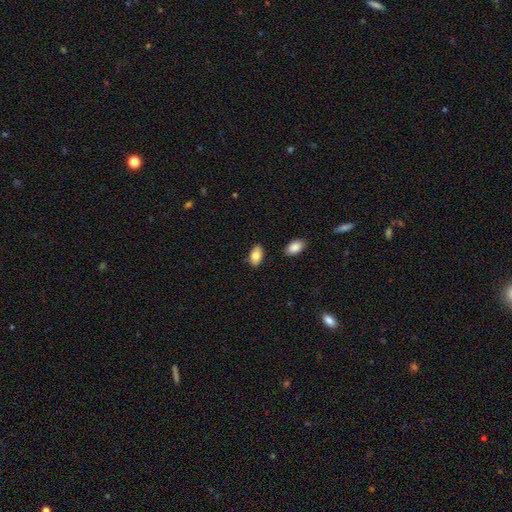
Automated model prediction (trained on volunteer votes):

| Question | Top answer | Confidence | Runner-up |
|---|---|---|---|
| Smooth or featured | smooth | 82% | featured or disk (11%) |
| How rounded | in between | 94% | round (5%) |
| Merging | none | 85% | minor disturbance (10%) |